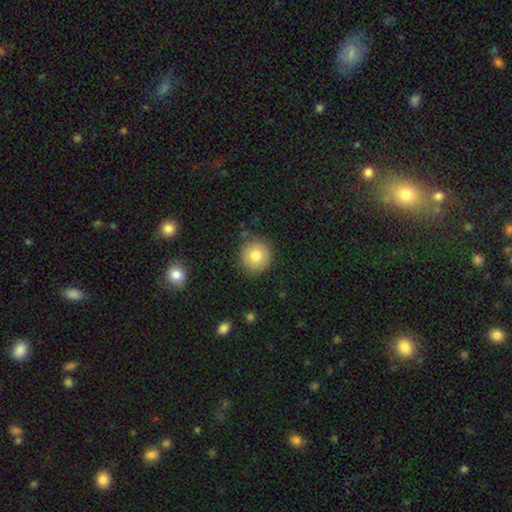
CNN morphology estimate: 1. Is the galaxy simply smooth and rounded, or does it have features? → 79% smooth, 11% featured or disk, 9% star or artifact.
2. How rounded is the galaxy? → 93% round, 6% in between, 1% cigar-shaped.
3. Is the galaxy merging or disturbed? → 85% none, 11% minor disturbance, 3% major disturbance, 2% merger.